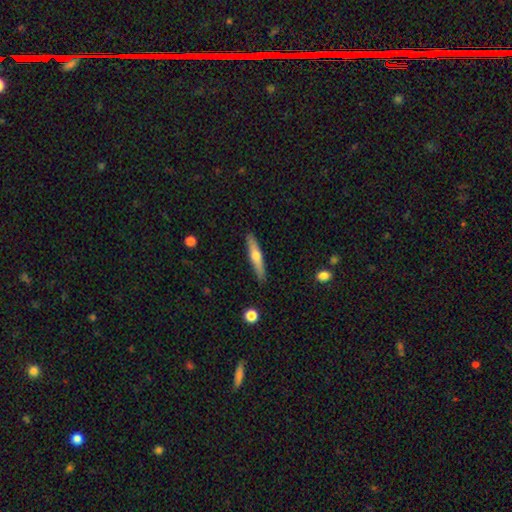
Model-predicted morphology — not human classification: Smooth or featured?
  - smooth: 50% *
  - featured or disk: 44%
  - star or artifact: 6%
How rounded?
  - cigar-shaped: 89% *
  - in between: 10%
  - round: 2%
Merging?
  - none: 89% *
  - minor disturbance: 8%
  - major disturbance: 2%
  - merger: 1%